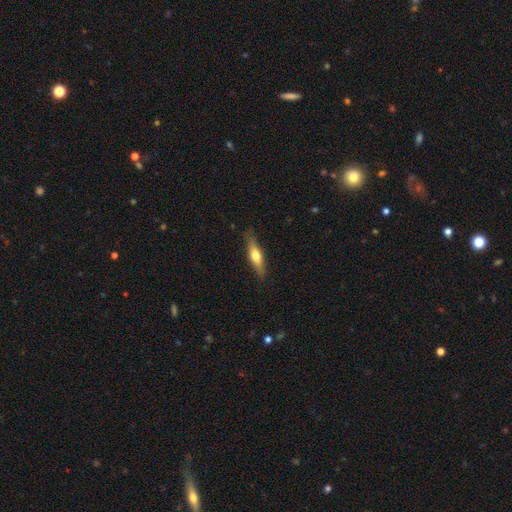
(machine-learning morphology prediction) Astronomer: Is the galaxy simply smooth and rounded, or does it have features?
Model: smooth — 50% (runner-up: featured or disk, 44%).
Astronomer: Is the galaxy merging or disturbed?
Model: none — 84%.